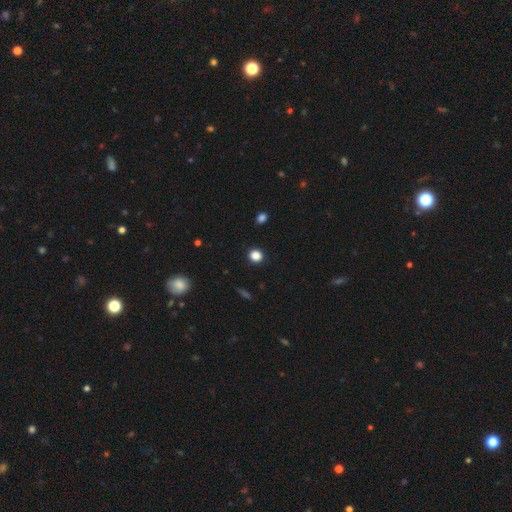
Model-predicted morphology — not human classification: Smooth or featured? smooth (84%)
How rounded? round (86%)
Merging? none (91%)